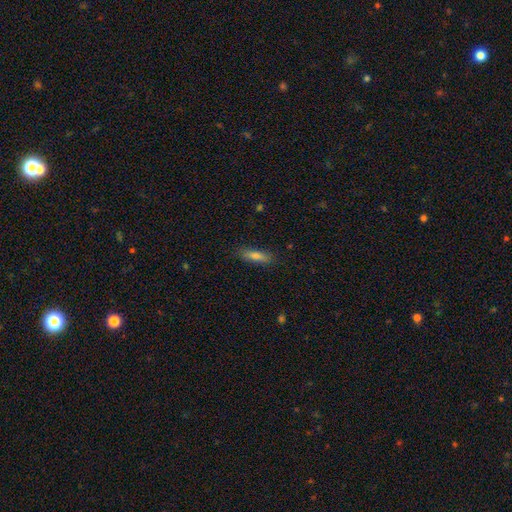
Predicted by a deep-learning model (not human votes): Smooth or featured? Predicted: smooth (p=0.76). How rounded? Predicted: cigar-shaped (p=0.64). Merging? Predicted: none (p=0.86).